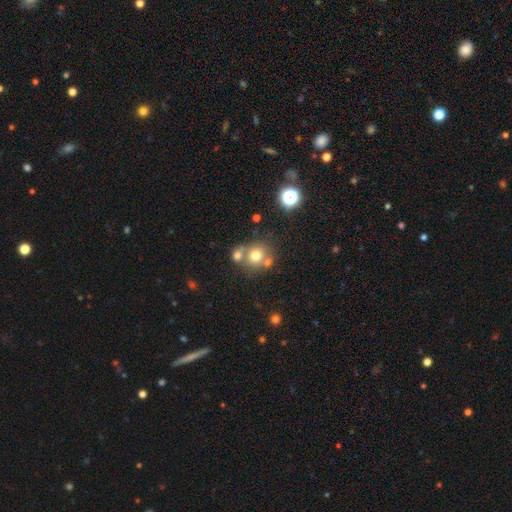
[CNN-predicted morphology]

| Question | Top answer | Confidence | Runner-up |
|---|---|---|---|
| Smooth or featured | smooth | 70% | featured or disk (15%) |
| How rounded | round | 85% | in between (14%) |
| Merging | none | 54% | merger (32%) |